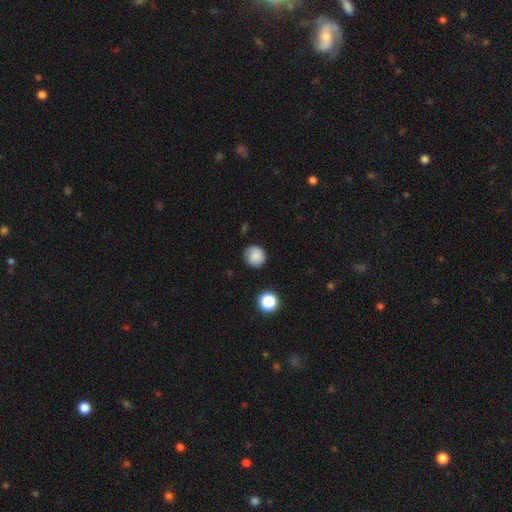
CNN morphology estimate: Smooth or featured: smooth — 81% (star or artifact — 10%)
How rounded: round — 89% (in between — 10%)
Merging: none — 80% (minor disturbance — 15%)